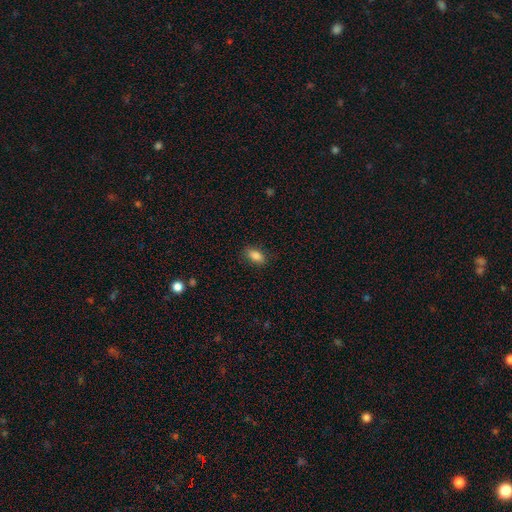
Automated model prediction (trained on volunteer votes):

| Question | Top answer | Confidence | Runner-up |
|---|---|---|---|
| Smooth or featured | smooth | 85% | star or artifact (8%) |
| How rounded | in between | 88% | round (6%) |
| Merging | none | 85% | minor disturbance (11%) |